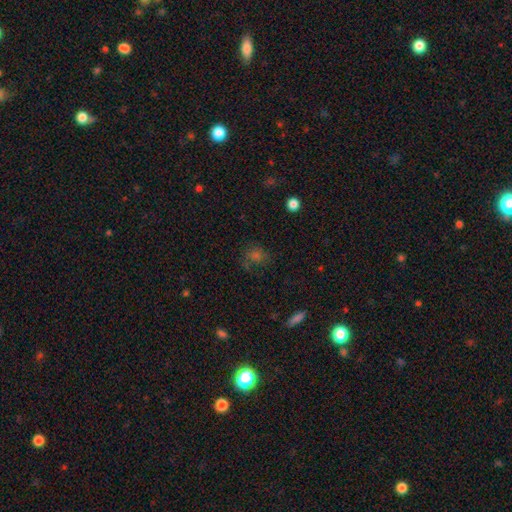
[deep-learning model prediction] The model was most divided on "smooth or featured": smooth: 47%, star or artifact: 35%, featured or disk: 19%. More confident: merging — none (68%).